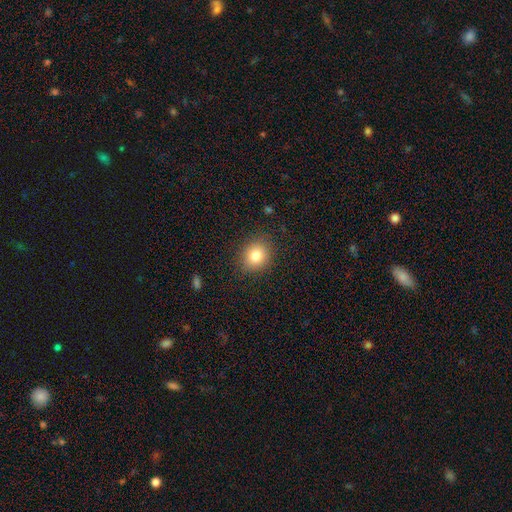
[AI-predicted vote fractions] This appears to be a smooth galaxy with no disk features (82%) that is round (67%). Merging: none (86%).